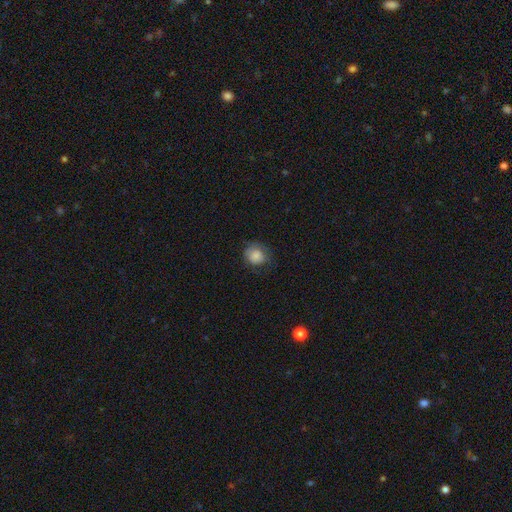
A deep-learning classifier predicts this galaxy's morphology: Smooth or featured: smooth — 82% (featured or disk — 9%)
How rounded: round — 81% (in between — 18%)
Merging: none — 66% (minor disturbance — 23%)